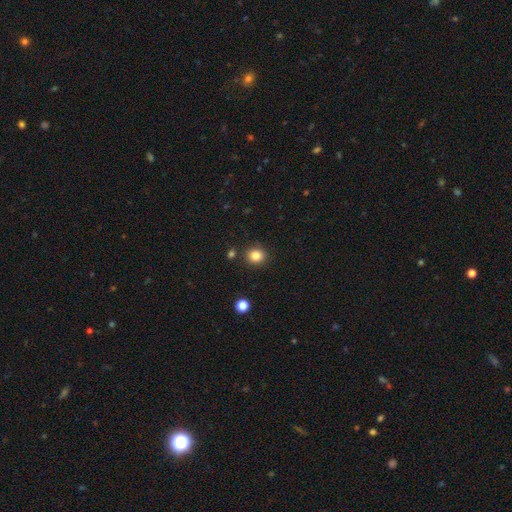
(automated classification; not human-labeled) This is clearly a smooth galaxy (84%). How rounded: clearly round (86%). Merging: clearly none (87%).